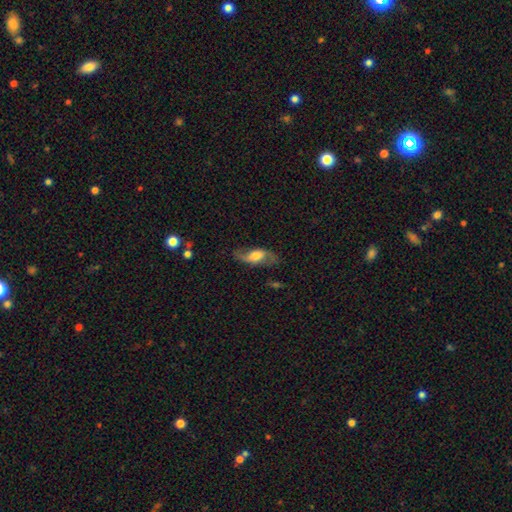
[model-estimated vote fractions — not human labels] The model was most divided on "bar": no: 45%, weak: 38%, strong: 17%. Remaining: edge-on disk — no (88%); spiral arms — yes (88%); spiral arm count — 2 (87%); merging — none (68%); smooth or featured — featured or disk (67%); spiral winding — loose (65%); bulge size — moderate (49%).